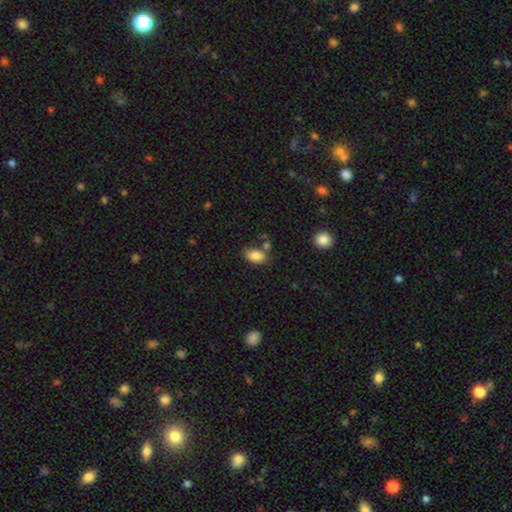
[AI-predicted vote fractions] Q: Smooth or featured?
A: smooth (85%); runner-up: star or artifact (8%)
Q: How rounded?
A: in between (90%); runner-up: round (8%)
Q: Merging?
A: none (65%); runner-up: minor disturbance (17%)